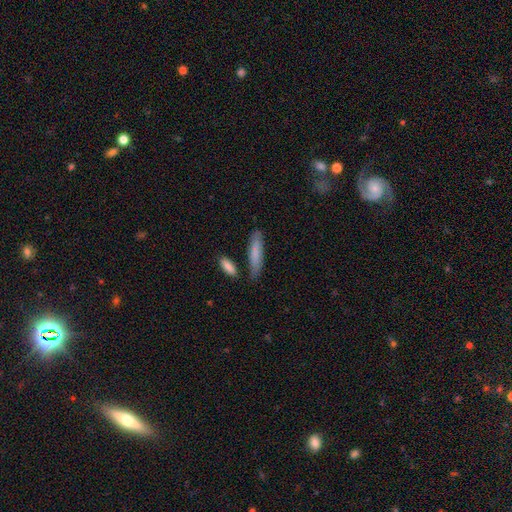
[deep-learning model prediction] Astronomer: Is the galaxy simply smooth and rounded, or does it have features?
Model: smooth — 76%.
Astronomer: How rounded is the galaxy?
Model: cigar-shaped — 77%.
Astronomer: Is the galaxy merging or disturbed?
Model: none — 78%.